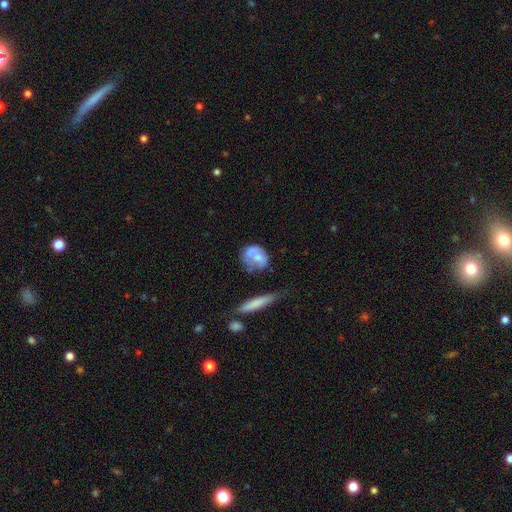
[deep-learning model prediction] This is possibly a smooth galaxy (58%). How rounded: possibly in between (48%, tied with round). Merging: marginally none (39%).